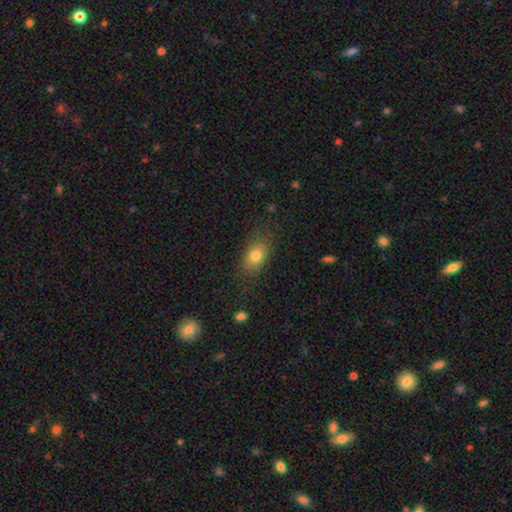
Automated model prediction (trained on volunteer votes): smooth 79%, featured or disk 11%, star or artifact 10%. Down the decision tree: how rounded — in between (80%); merging — none (76%).